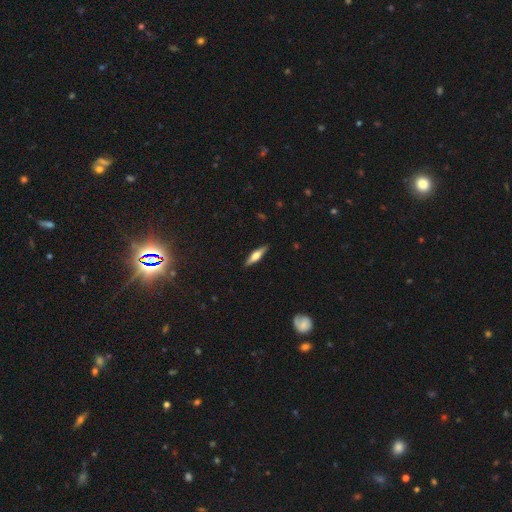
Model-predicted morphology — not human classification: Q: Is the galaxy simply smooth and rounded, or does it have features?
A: featured or disk — 52%.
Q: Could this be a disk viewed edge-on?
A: yes — 95%.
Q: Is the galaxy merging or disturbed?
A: none — 88%.